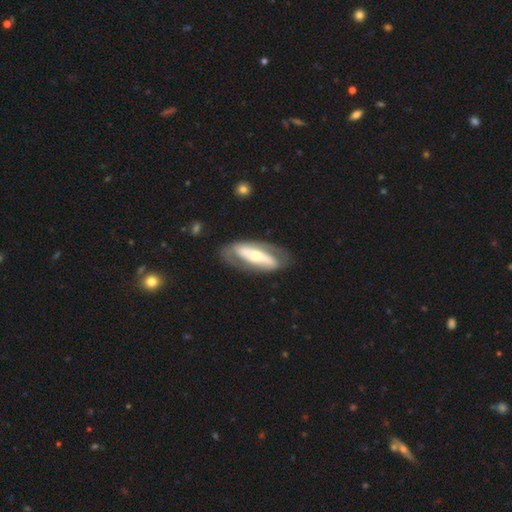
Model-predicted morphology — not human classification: A featured or disk galaxy (72%) with a strong bar (56%), spiral arms (59%) and a moderate central bulge (56%). Merging: none (75%).